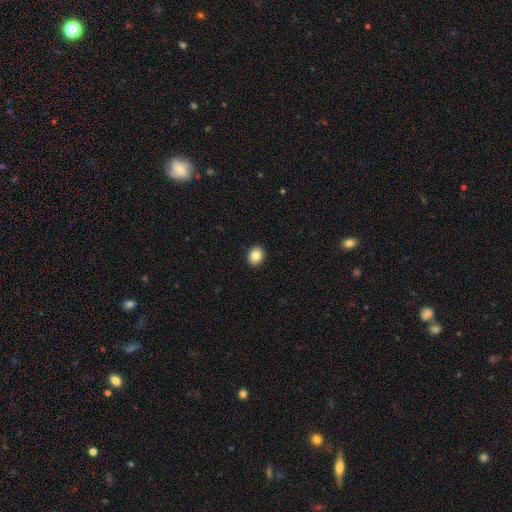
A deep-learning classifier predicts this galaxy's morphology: A smooth galaxy with no disk features (84%) that is round (58%).

Vote fractions:
- Smooth or featured? smooth: 84% / star or artifact: 9% / featured or disk: 7%
- How rounded? round: 58% / in between: 41% / cigar-shaped: 1%
- Merging? none: 92% / minor disturbance: 5% / major disturbance: 1% / merger: 1%